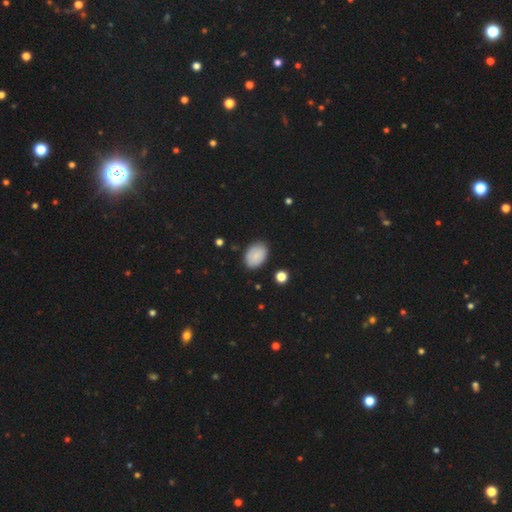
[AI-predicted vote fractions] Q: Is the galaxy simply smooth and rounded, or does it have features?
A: smooth — 78%.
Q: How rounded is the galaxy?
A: in between — 84%.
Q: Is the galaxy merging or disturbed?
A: none — 83%.